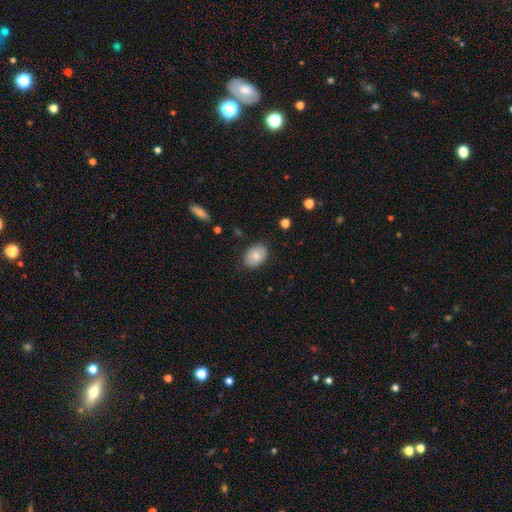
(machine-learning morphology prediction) Smooth or featured?
  - smooth: 80% *
  - featured or disk: 14%
  - star or artifact: 7%
How rounded?
  - in between: 81% *
  - round: 18%
  - cigar-shaped: 1%
Merging?
  - none: 84% *
  - minor disturbance: 12%
  - major disturbance: 3%
  - merger: 1%